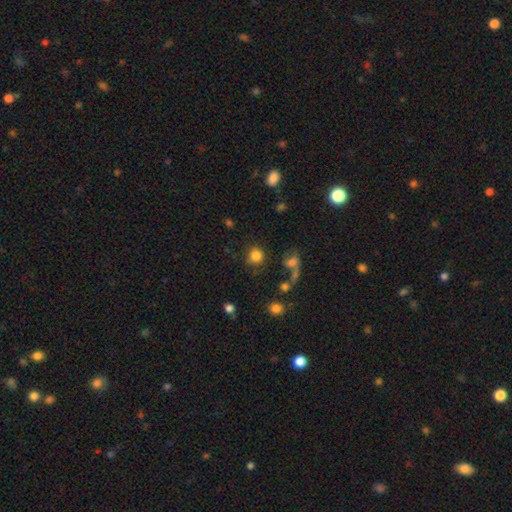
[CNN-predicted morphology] This is clearly a smooth galaxy (82%). How rounded: clearly round (88%). Merging: likely none (74%).